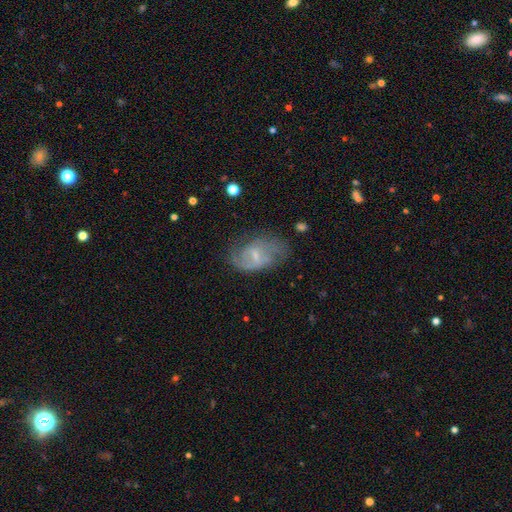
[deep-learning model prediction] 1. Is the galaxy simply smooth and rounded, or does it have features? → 62% featured or disk, 30% smooth, 8% star or artifact.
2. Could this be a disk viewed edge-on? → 95% no, 5% yes.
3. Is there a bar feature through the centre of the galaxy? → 55% weak, 31% no, 13% strong.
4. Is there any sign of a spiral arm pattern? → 74% yes, 26% no.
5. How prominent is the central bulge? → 61% small, 26% moderate, 11% none, 2% large, 1% dominant.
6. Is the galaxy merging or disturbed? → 54% none, 27% minor disturbance, 17% major disturbance, 2% merger.